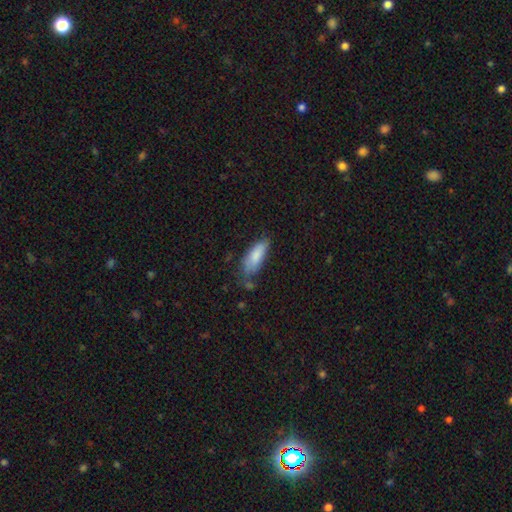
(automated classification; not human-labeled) A smooth galaxy with no disk features (83%) that is in between round and cigar-shaped (70%).

Vote fractions:
- Smooth or featured? smooth: 83% / featured or disk: 11% / star or artifact: 6%
- How rounded? in between: 70% / cigar-shaped: 28% / round: 2%
- Merging? none: 56% / minor disturbance: 31% / major disturbance: 8% / merger: 5%